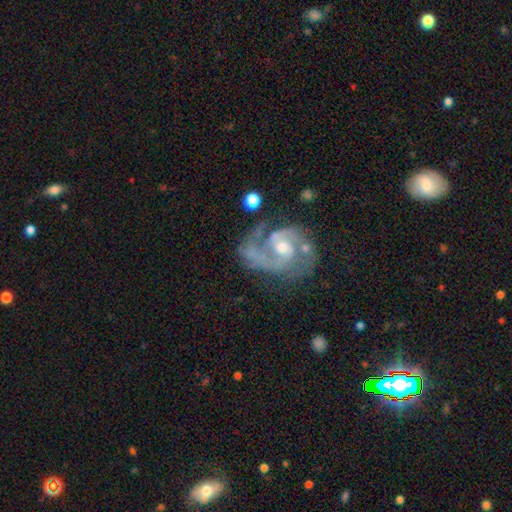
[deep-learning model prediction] Q: Smooth or featured?
A: featured or disk (90%); runner-up: star or artifact (5%)
Q: Edge-on disk?
A: no (98%); runner-up: yes (2%)
Q: Bar?
A: no (53%); runner-up: weak (39%)
Q: Spiral arms?
A: yes (97%); runner-up: no (3%)
Q: Spiral winding?
A: medium (56%); runner-up: tight (30%)
Q: Spiral arm count?
A: 2 (82%); runner-up: 3 (6%)
Q: Bulge size?
A: moderate (56%); runner-up: small (38%)
Q: Merging?
A: none (56%); runner-up: minor disturbance (23%)